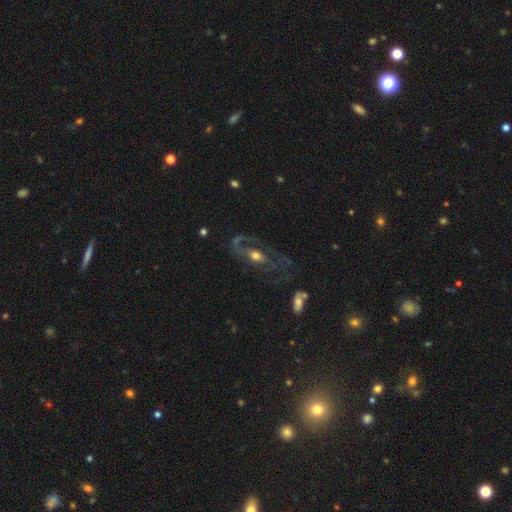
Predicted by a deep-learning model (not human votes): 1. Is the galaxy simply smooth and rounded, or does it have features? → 76% featured or disk, 17% smooth, 7% star or artifact.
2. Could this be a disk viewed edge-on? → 92% no, 8% yes.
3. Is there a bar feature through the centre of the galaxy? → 61% no, 27% weak, 12% strong.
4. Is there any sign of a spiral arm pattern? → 78% yes, 22% no.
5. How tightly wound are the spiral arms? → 42% medium, 33% loose, 25% tight.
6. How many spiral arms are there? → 43% 2, 35% 1, 14% can't tell, 4% 3, 2% 4, 2% more than 4.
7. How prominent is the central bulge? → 64% moderate, 22% small, 10% large, 2% none, 2% dominant.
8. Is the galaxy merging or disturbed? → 47% none, 32% major disturbance, 16% minor disturbance, 4% merger.